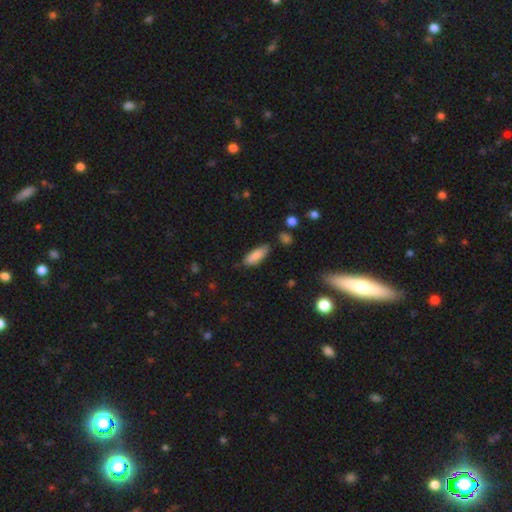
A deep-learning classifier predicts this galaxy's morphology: Overall: smooth (83%). How rounded: in between (73%). Merging: none (73%).